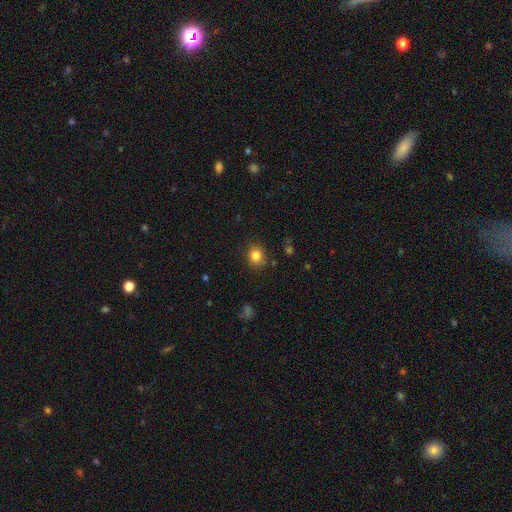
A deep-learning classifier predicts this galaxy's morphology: A smooth galaxy with no disk features (82%) that is round (76%). Merging: none (85%).